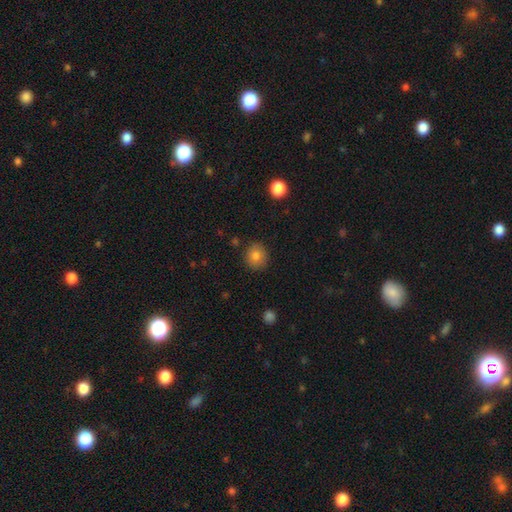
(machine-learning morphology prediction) Q: Smooth or featured?
A: smooth (82%); runner-up: star or artifact (11%)
Q: How rounded?
A: round (85%); runner-up: in between (14%)
Q: Merging?
A: none (88%); runner-up: minor disturbance (8%)